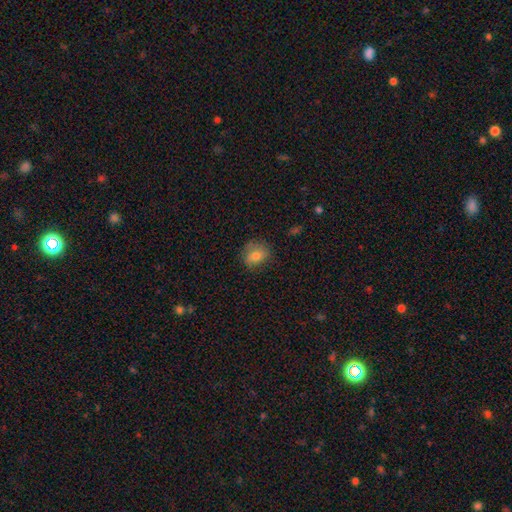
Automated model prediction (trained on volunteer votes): smooth_or_featured: smooth (p=0.76) [alt: featured or disk p=0.14]
how_rounded: round (p=0.56) [alt: in between p=0.43]
merging: none (p=0.70) [alt: minor disturbance p=0.22]